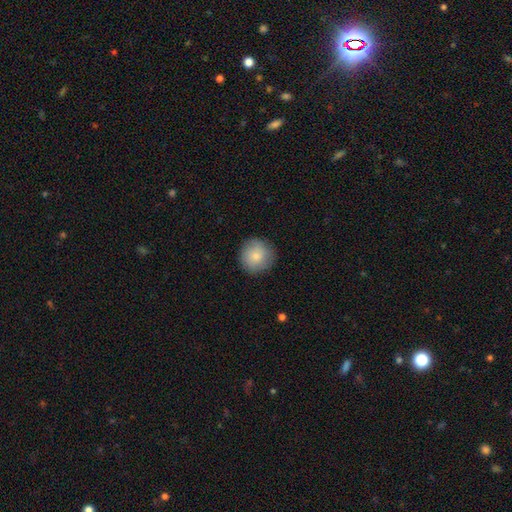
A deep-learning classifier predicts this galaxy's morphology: Smooth or featured? Predicted: smooth (p=0.83). How rounded? Predicted: round (p=0.94). Merging? Predicted: none (p=0.88).